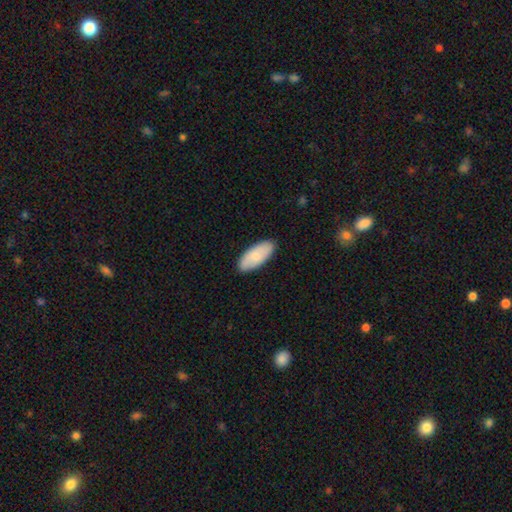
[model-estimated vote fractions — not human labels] smooth 79%, featured or disk 16%, star or artifact 5%. Down the decision tree: how rounded — in between (89%); merging — none (88%).